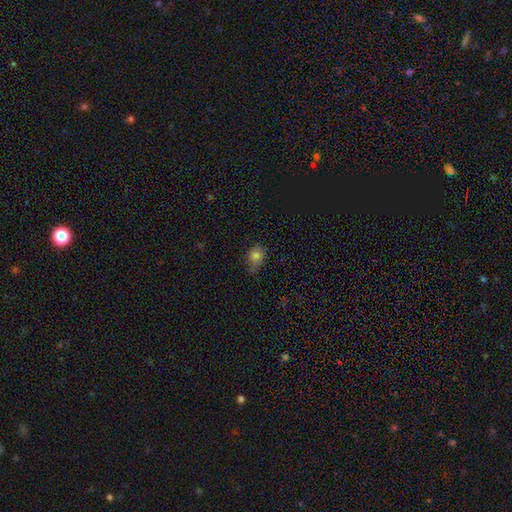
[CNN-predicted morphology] This appears to be a smooth galaxy with no disk features (79%) that is in between round and cigar-shaped (55%). Merging: none (50%).